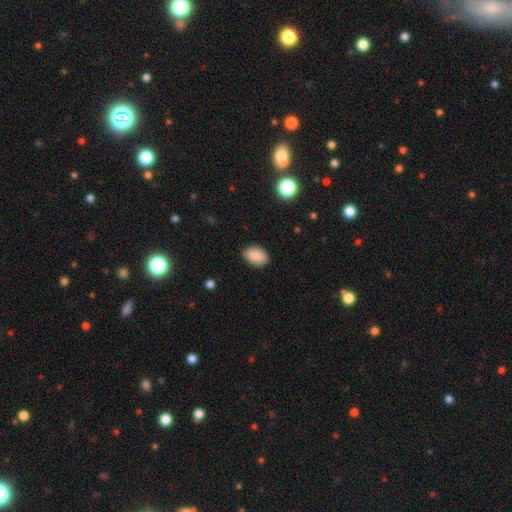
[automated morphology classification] Smooth or featured: smooth — 87% (star or artifact — 7%)
How rounded: in between — 87% (round — 12%)
Merging: none — 87% (minor disturbance — 10%)